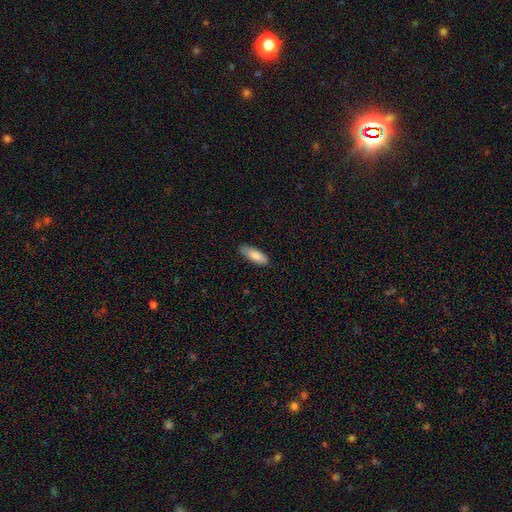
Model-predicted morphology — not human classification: Smooth or featured?
  - smooth: 84% *
  - featured or disk: 11%
  - star or artifact: 6%
How rounded?
  - in between: 62% *
  - cigar-shaped: 37%
  - round: 2%
Merging?
  - none: 82% *
  - minor disturbance: 14%
  - major disturbance: 2%
  - merger: 1%